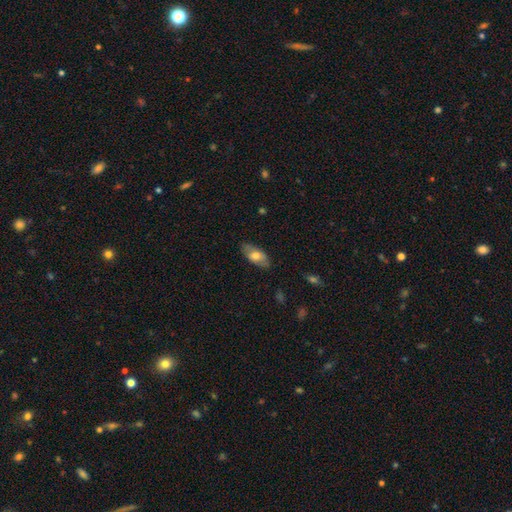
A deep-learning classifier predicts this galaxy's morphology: smooth_or_featured: smooth (p=0.62) [alt: featured or disk p=0.32]
how_rounded: in between (p=0.91) [alt: cigar-shaped p=0.06]
merging: none (p=0.81) [alt: minor disturbance p=0.15]